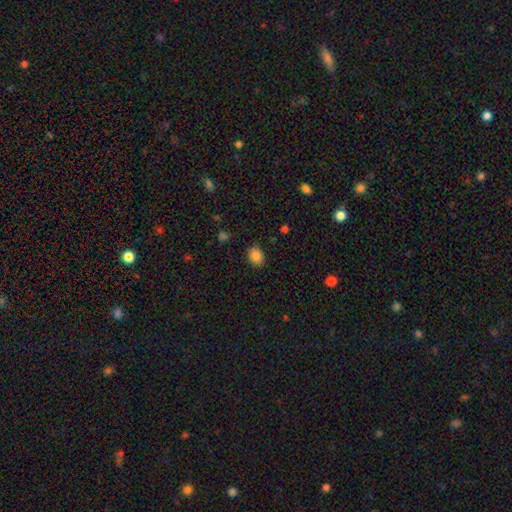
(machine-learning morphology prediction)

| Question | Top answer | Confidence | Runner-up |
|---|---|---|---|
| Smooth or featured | smooth | 86% | star or artifact (10%) |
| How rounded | in between | 57% | round (42%) |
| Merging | none | 85% | minor disturbance (11%) |